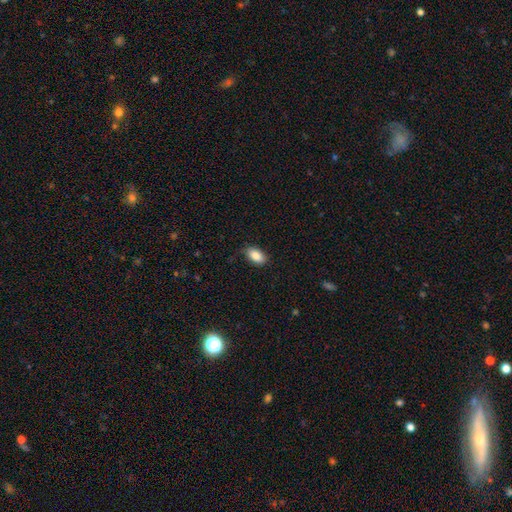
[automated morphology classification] smooth-or-featured: smooth: 87% | star or artifact: 8% | featured or disk: 6%
  how-rounded: in between: 92% | round: 6% | cigar-shaped: 2%
  merging: none: 81% | minor disturbance: 15% | major disturbance: 3% | merger: 1%